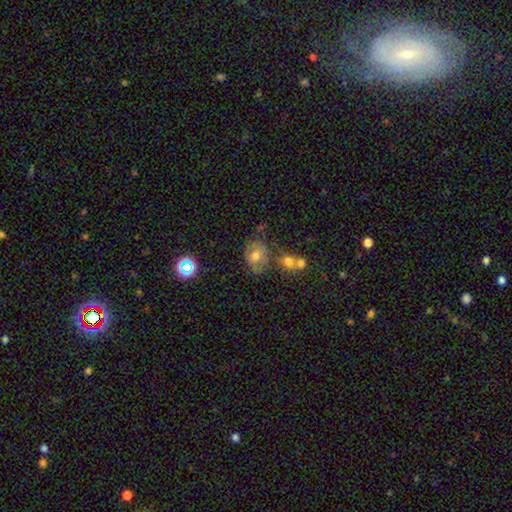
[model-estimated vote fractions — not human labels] smooth_or_featured: smooth (p=0.58) [alt: featured or disk p=0.29]
how_rounded: in between (p=0.51) [alt: round p=0.48]
merging: none (p=0.52) [alt: minor disturbance p=0.23]